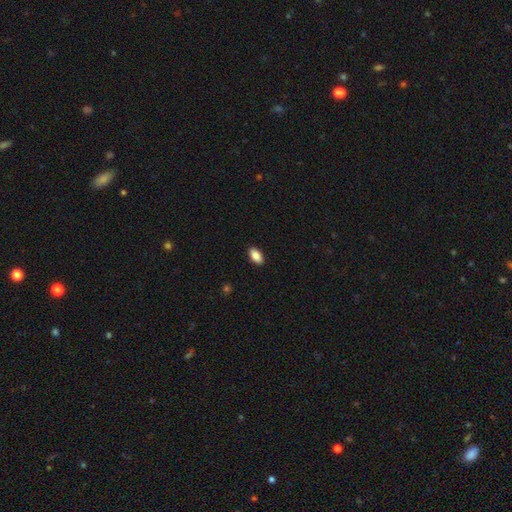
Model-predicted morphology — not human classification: smooth_or_featured: smooth (p=0.87) [alt: star or artifact p=0.07]
how_rounded: in between (p=0.93) [alt: cigar-shaped p=0.04]
merging: none (p=0.91) [alt: minor disturbance p=0.07]